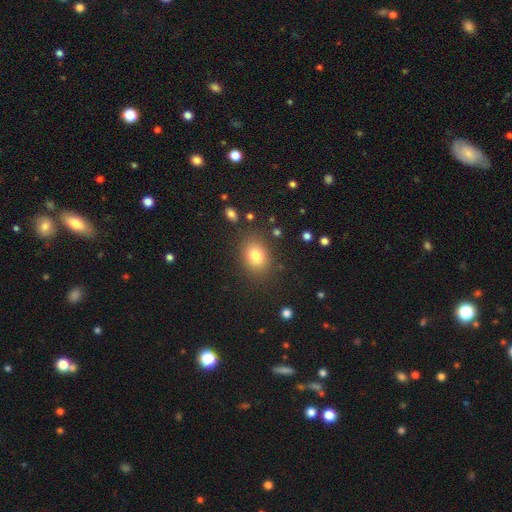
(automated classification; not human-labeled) This appears to be a smooth galaxy with no disk features (78%) that is in between round and cigar-shaped (58%). Merging: none (83%).